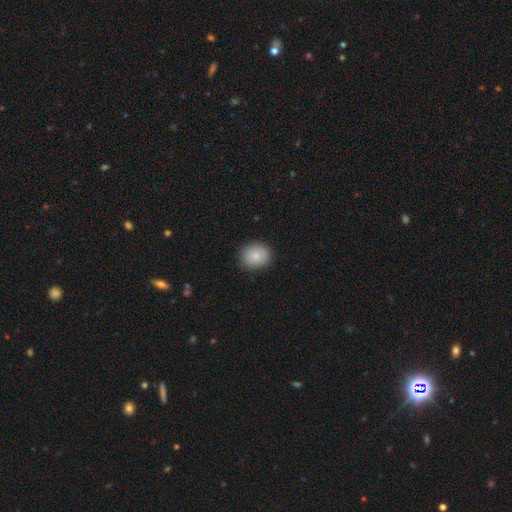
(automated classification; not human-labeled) A smooth galaxy with no disk features (83%) that is round (72%). Merging: none (87%).